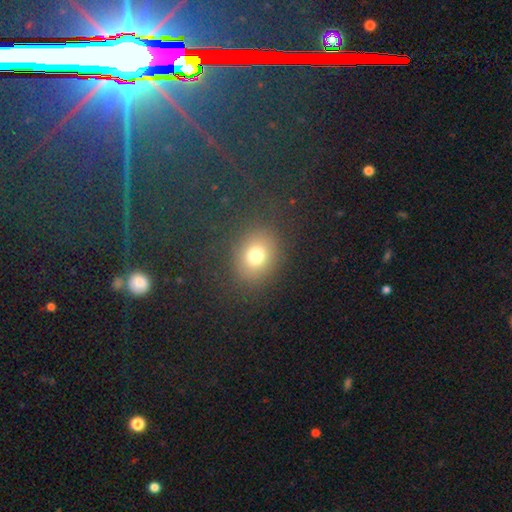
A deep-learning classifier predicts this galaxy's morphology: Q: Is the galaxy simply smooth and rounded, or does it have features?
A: smooth — 74%.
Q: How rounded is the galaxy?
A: round — 68%.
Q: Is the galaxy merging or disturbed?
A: none — 82%.